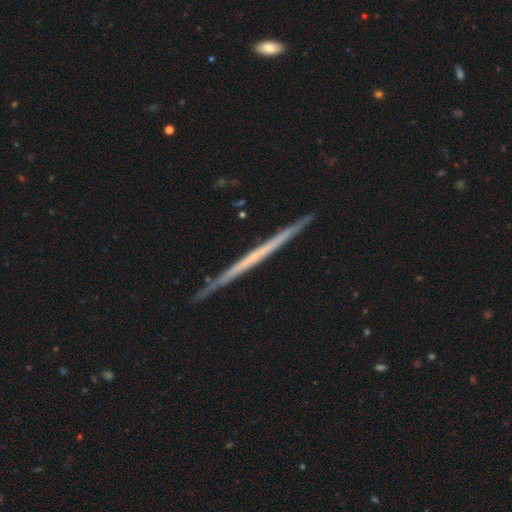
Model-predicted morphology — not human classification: featured or disk 68%, smooth 26%, star or artifact 5%. Down the decision tree: edge-on disk — yes (98%); edge-on bulge — none (90%); merging — none (90%).